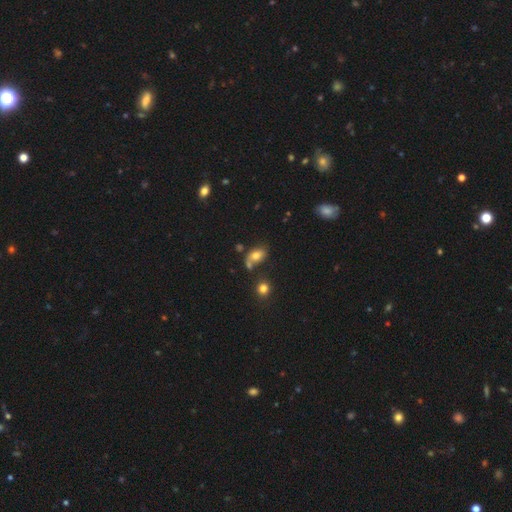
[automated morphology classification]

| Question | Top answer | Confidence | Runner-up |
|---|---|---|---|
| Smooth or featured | smooth | 71% | featured or disk (17%) |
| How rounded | in between | 84% | round (13%) |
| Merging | none | 50% | merger (21%) |